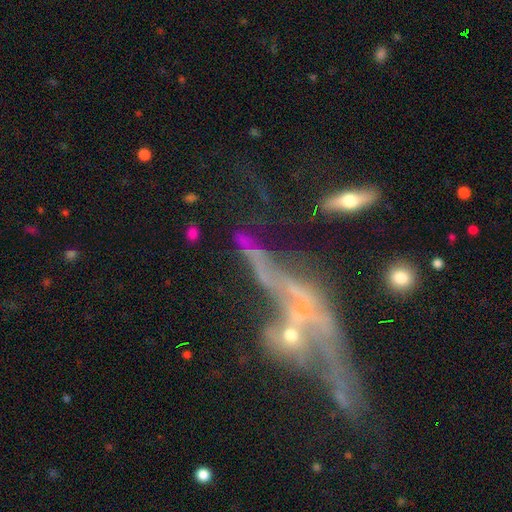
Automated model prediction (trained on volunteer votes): Smooth or featured? Predicted: featured or disk (p=0.67). Edge-on disk? Predicted: no (p=0.68). Merging? Predicted: merger (p=0.41).